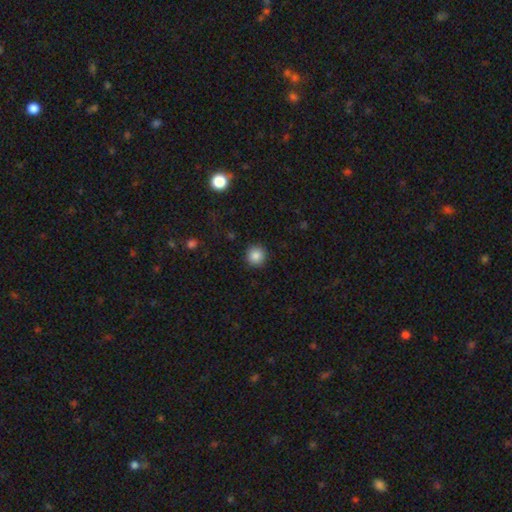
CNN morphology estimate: smooth-or-featured: smooth: 86% | star or artifact: 10% | featured or disk: 4%
  how-rounded: round: 94% | in between: 5% | cigar-shaped: 1%
  merging: none: 91% | minor disturbance: 6% | major disturbance: 2% | merger: 1%